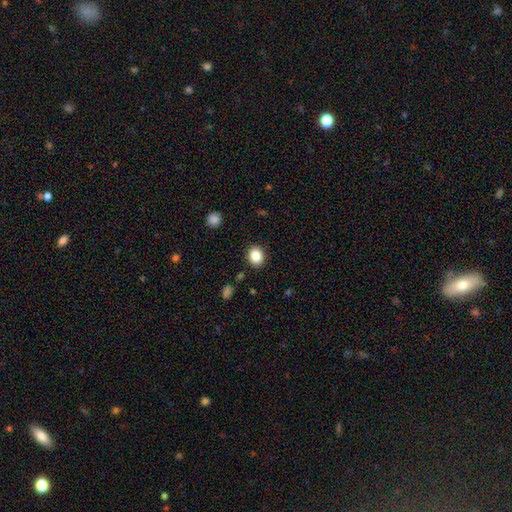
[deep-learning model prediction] A smooth galaxy with no disk features (86%) that is round (57%). Merging: none (89%).